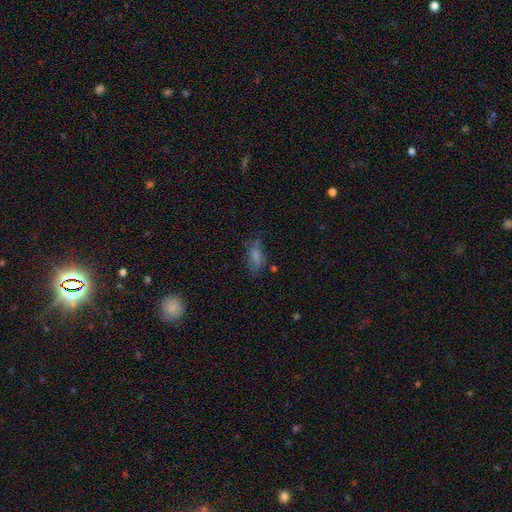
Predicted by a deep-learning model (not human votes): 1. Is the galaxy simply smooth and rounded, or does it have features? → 55% smooth, 24% star or artifact, 21% featured or disk.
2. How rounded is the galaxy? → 77% in between, 14% cigar-shaped, 9% round.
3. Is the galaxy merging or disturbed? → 70% none, 19% minor disturbance, 8% major disturbance, 3% merger.